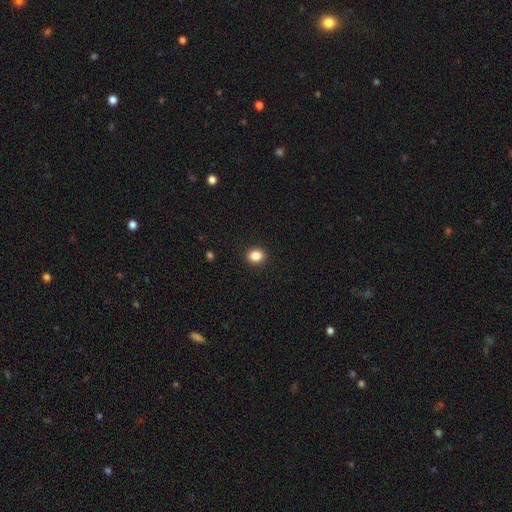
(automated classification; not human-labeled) smooth-or-featured: smooth: 86% | star or artifact: 10% | featured or disk: 4%
  how-rounded: round: 66% | in between: 33% | cigar-shaped: 1%
  merging: none: 91% | minor disturbance: 6% | major disturbance: 2% | merger: 1%